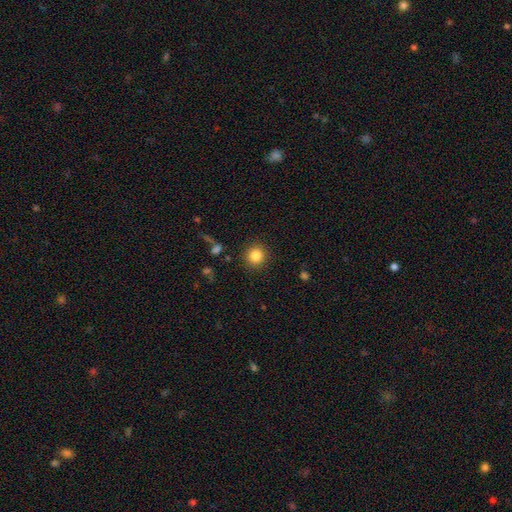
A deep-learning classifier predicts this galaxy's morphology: This appears to be a smooth galaxy with no disk features (84%) that is round (91%). Merging: none (90%).